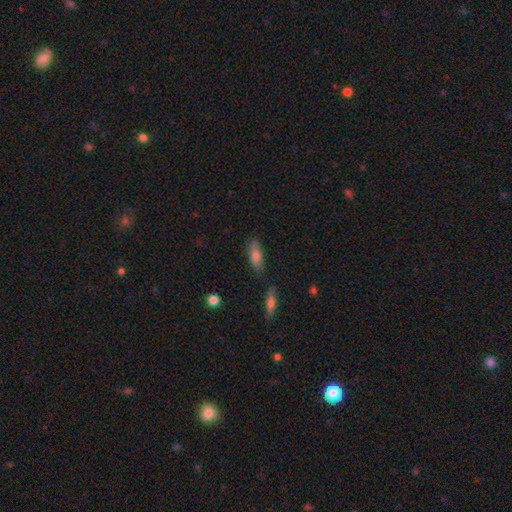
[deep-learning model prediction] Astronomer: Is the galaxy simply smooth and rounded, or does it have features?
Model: smooth — 76%.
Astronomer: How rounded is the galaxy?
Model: in between — 62%.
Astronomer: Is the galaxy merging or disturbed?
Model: none — 70%.